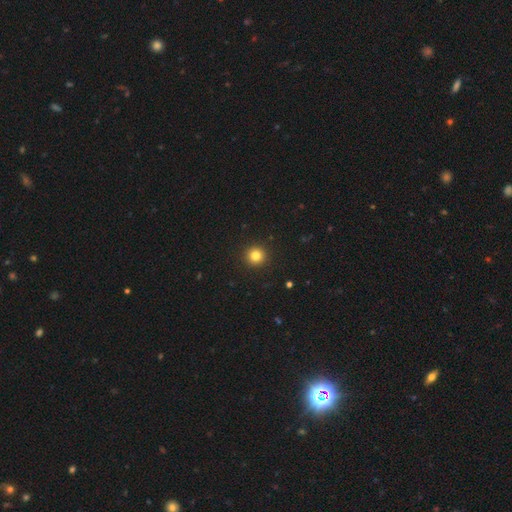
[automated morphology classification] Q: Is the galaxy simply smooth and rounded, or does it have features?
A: smooth — 82%.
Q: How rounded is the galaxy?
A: round — 95%.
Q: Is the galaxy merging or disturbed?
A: none — 93%.